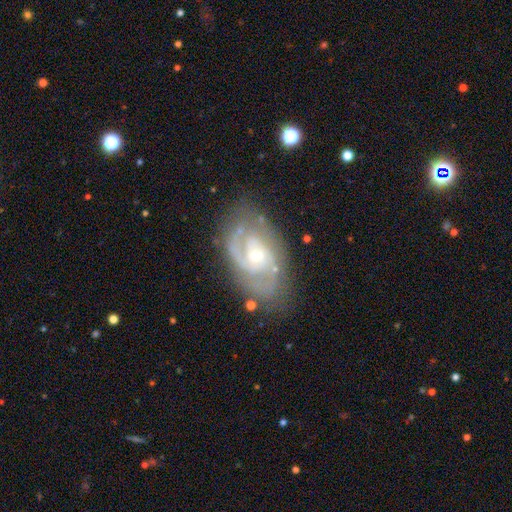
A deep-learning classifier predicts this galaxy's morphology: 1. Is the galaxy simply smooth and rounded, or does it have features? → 87% featured or disk, 8% smooth, 5% star or artifact.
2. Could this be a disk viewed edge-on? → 96% no, 4% yes.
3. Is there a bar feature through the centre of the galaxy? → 57% no, 36% weak, 7% strong.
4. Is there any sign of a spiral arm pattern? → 95% yes, 5% no.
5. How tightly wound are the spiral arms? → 47% tight, 43% medium, 10% loose.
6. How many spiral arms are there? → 61% 2, 15% can't tell, 13% 3, 6% 1, 3% 4, 2% more than 4.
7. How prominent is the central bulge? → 56% small, 40% moderate, 2% large, 1% none, 1% dominant.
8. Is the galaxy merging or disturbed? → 72% none, 19% minor disturbance, 8% major disturbance, 2% merger.